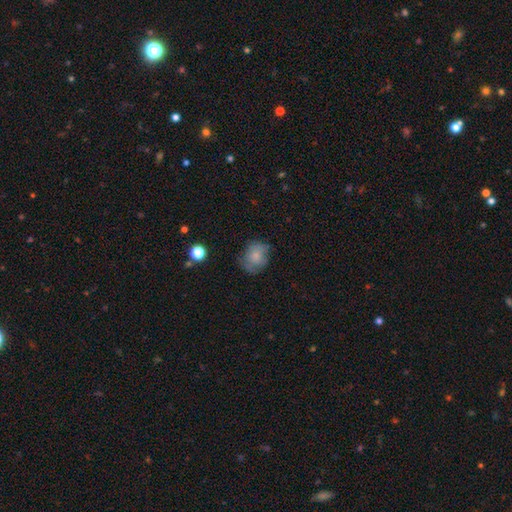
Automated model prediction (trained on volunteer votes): smooth_or_featured: smooth (p=0.75) [alt: featured or disk p=0.16]
how_rounded: round (p=0.65) [alt: in between p=0.35]
merging: none (p=0.60) [alt: minor disturbance p=0.27]